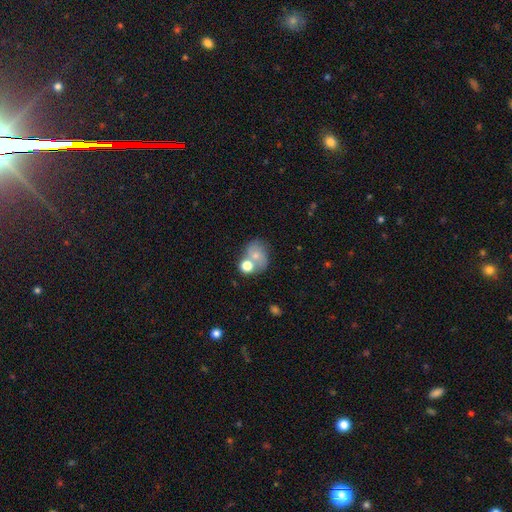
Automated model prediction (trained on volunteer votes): smooth-or-featured: smooth: 62% | featured or disk: 27% | star or artifact: 10%
  how-rounded: round: 57% | in between: 42% | cigar-shaped: 1%
  merging: merger: 41% | none: 38% | minor disturbance: 14% | major disturbance: 7%